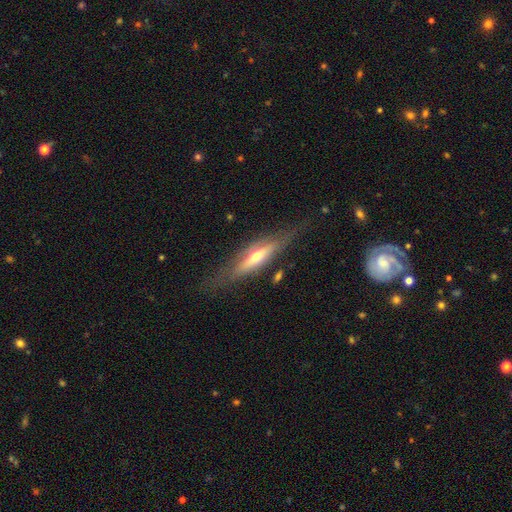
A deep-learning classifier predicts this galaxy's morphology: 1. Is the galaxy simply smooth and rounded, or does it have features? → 67% featured or disk, 27% smooth, 7% star or artifact.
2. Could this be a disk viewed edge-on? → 89% yes, 11% no.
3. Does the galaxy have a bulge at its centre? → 85% rounded, 9% none, 7% boxy.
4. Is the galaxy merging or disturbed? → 74% none, 17% minor disturbance, 7% major disturbance, 2% merger.